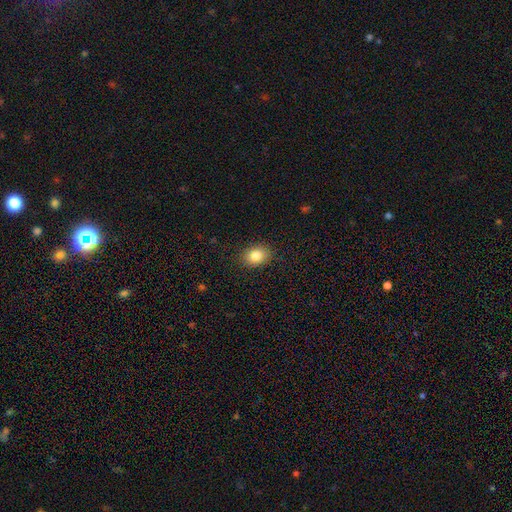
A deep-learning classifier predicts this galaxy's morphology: This is clearly a smooth galaxy (84%). How rounded: likely in between (60%). Merging: clearly none (88%).